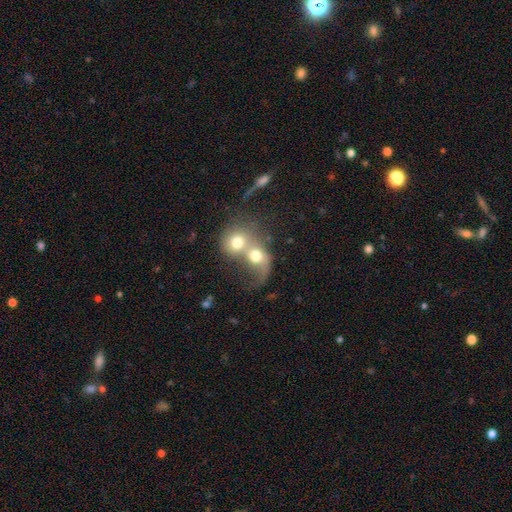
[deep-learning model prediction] Smooth or featured: smooth — 58% (featured or disk — 31%)
How rounded: round — 61% (in between — 38%)
Merging: merger — 77% (none — 9%)